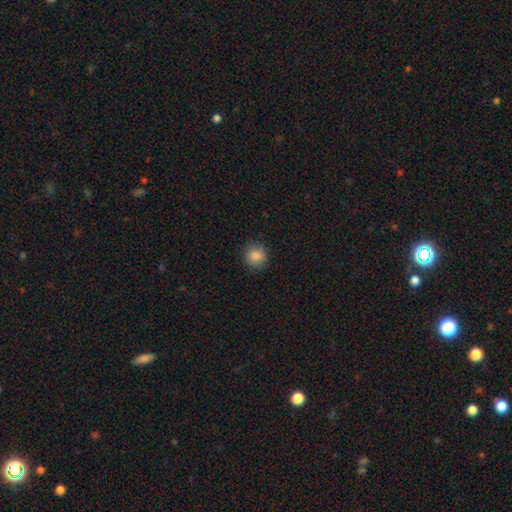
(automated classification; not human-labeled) Smooth or featured?
  - smooth: 86% *
  - star or artifact: 10%
  - featured or disk: 4%
How rounded?
  - round: 91% *
  - in between: 8%
  - cigar-shaped: 1%
Merging?
  - none: 89% *
  - minor disturbance: 8%
  - major disturbance: 2%
  - merger: 1%